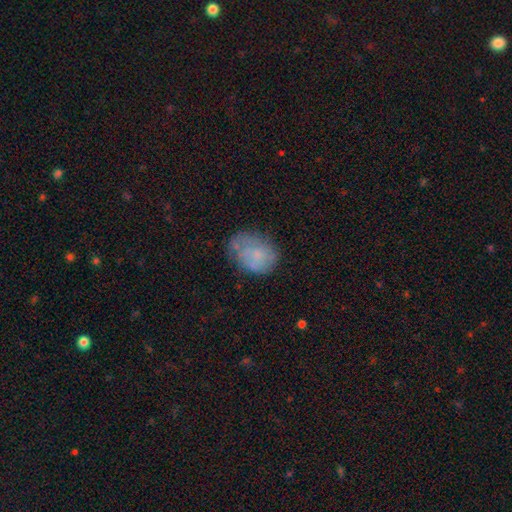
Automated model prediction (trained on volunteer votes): This is likely a smooth galaxy (62%). How rounded: likely in between (62%). Merging: possibly none (48%).